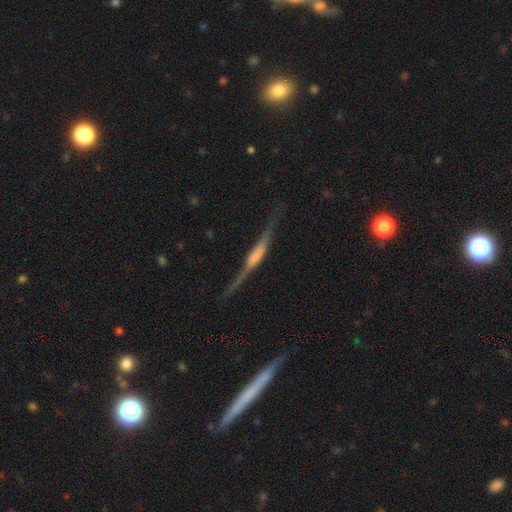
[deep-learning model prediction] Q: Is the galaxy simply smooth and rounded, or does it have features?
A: featured or disk — 78%.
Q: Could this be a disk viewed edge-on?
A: yes — 96%.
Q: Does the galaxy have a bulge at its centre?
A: boxy — 51%.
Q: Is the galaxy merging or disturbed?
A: none — 77%.